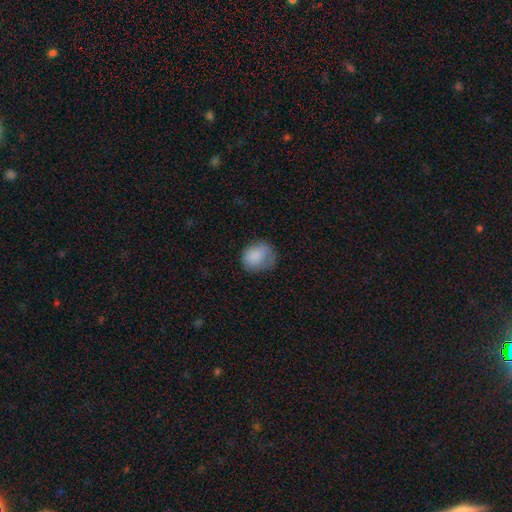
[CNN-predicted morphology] Smooth or featured? Predicted: smooth (p=0.83). How rounded? Predicted: round (p=0.62). Merging? Predicted: none (p=0.55).